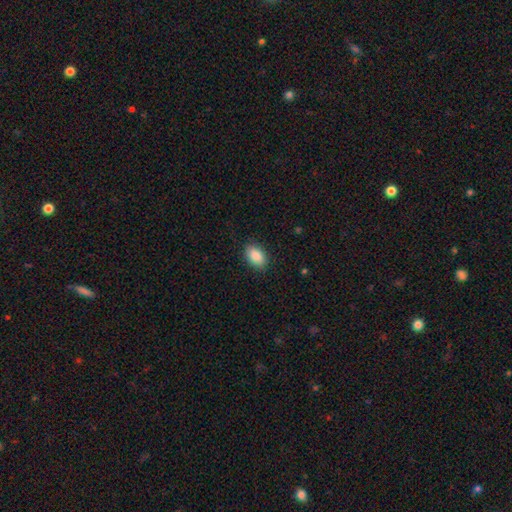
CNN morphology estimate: Smooth or featured: smooth — 89% (star or artifact — 7%)
How rounded: in between — 89% (round — 10%)
Merging: none — 87% (minor disturbance — 9%)